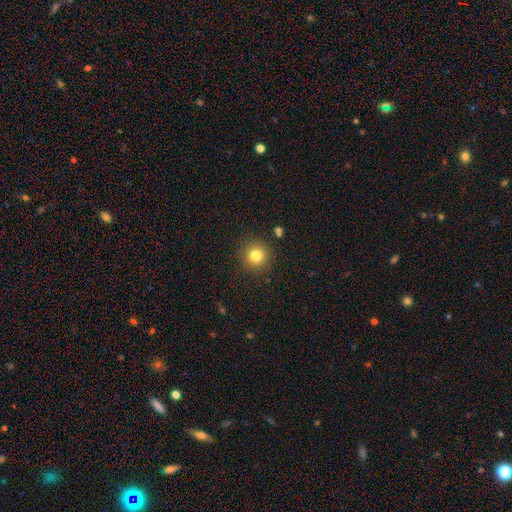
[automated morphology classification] This is clearly a smooth galaxy (81%). How rounded: clearly round (94%). Merging: clearly none (88%).